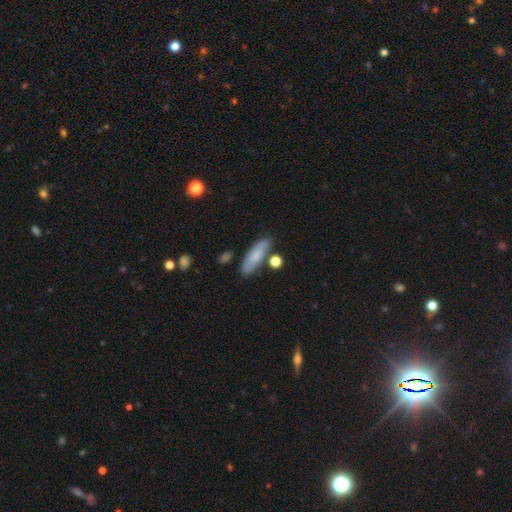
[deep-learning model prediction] This is likely a smooth galaxy (72%). How rounded: possibly in between (51%). Merging: likely none (74%).